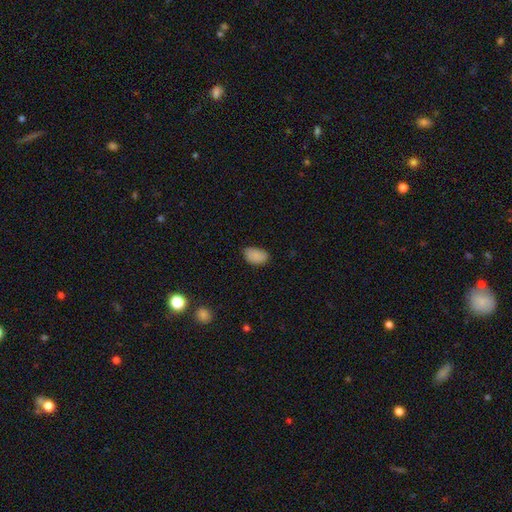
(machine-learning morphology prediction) This is clearly a smooth galaxy (87%). How rounded: clearly in between (90%). Merging: likely none (75%).